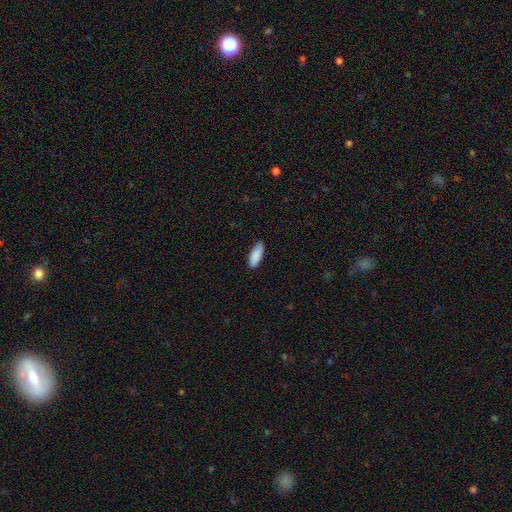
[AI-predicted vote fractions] Smooth or featured?
  - smooth: 89% *
  - star or artifact: 6%
  - featured or disk: 5%
How rounded?
  - in between: 74% *
  - cigar-shaped: 24%
  - round: 2%
Merging?
  - none: 83% *
  - minor disturbance: 14%
  - major disturbance: 2%
  - merger: 1%